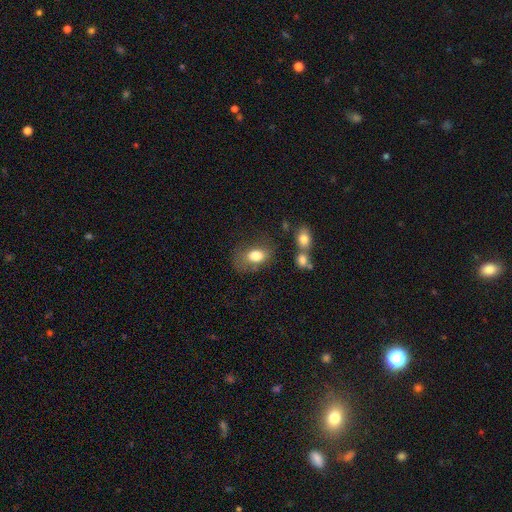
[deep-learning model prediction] Morphology: type=smooth (79%); roundness=in between (80%); merging=none (48%).